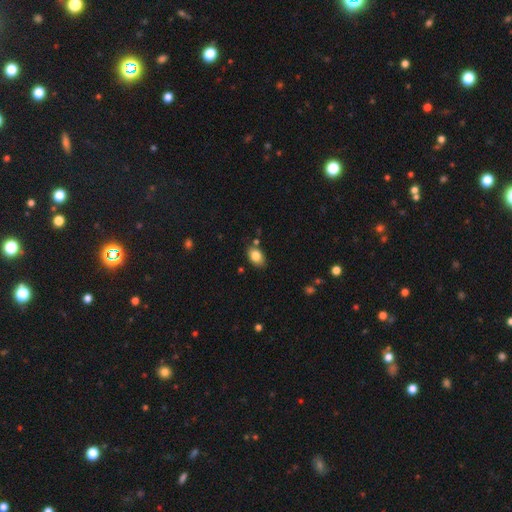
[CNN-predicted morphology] A smooth galaxy with no disk features (82%) that is in between round and cigar-shaped (83%).

Vote fractions:
- Smooth or featured? smooth: 82% / featured or disk: 9% / star or artifact: 9%
- How rounded? in between: 83% / round: 16% / cigar-shaped: 1%
- Merging? none: 76% / minor disturbance: 15% / merger: 6% / major disturbance: 3%